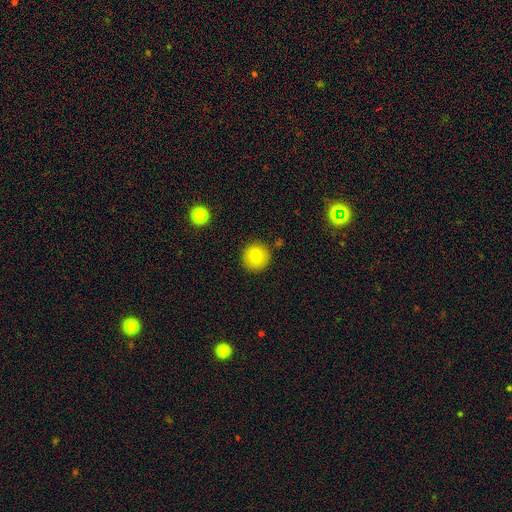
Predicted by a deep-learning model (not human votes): smooth_or_featured: smooth (p=0.78) [alt: featured or disk p=0.12]
how_rounded: round (p=0.94) [alt: in between p=0.05]
merging: none (p=0.89) [alt: minor disturbance p=0.07]